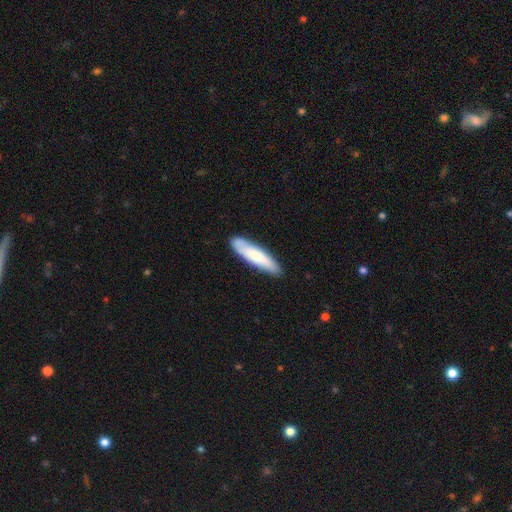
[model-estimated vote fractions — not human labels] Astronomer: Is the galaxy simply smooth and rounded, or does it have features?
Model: smooth — 74%.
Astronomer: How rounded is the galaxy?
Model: cigar-shaped — 78%.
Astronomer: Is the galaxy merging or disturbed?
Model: none — 86%.